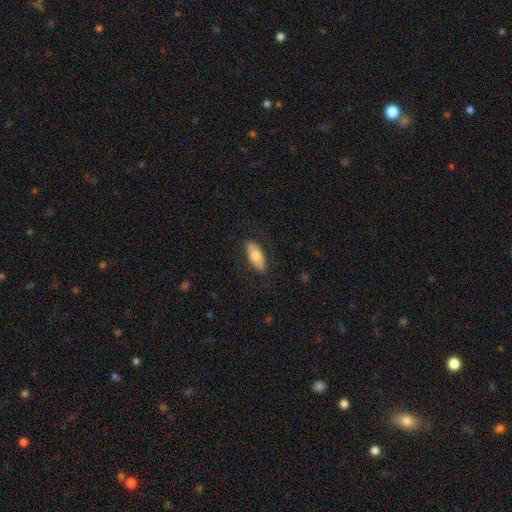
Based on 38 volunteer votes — A smooth galaxy with no disk features (71%) that is in between round and cigar-shaped (81%). Merging: none (94%).